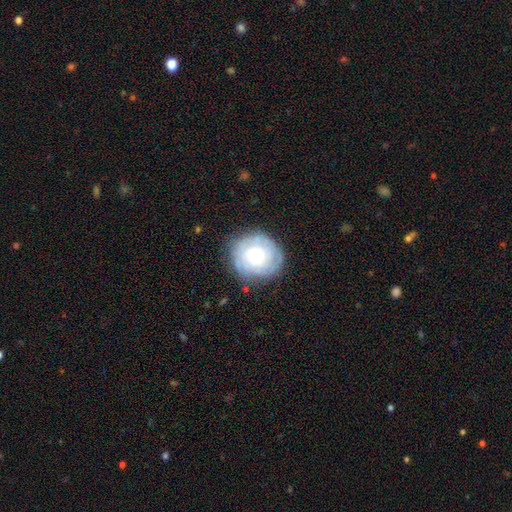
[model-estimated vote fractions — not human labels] A featured or disk galaxy (54%) with no bar (85%), spiral arms (74%) and a moderate central bulge (46%).

Vote fractions:
- Smooth or featured? featured or disk: 54% / smooth: 38% / star or artifact: 7%
- Edge-on disk? no: 97% / yes: 3%
- Bar? no: 85% / weak: 13% / strong: 2%
- Spiral arms? yes: 74% / no: 26%
- Bulge size? moderate: 46% / small: 44% / large: 7% / none: 2% / dominant: 2%
- Merging? none: 75% / minor disturbance: 17% / major disturbance: 6% / merger: 2%